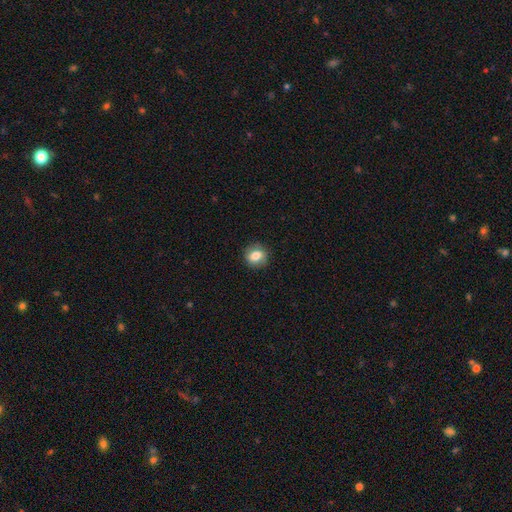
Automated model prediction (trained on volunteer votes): This appears to be a smooth galaxy with no disk features (77%) that is round (71%). Merging: none (87%).